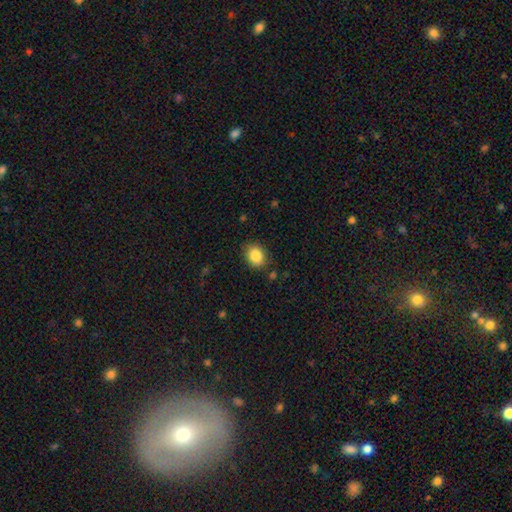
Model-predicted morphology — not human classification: The model was most divided on "how rounded": in between: 54%, round: 45%, cigar-shaped: 1%. More confident: smooth or featured — smooth (86%); merging — none (83%).